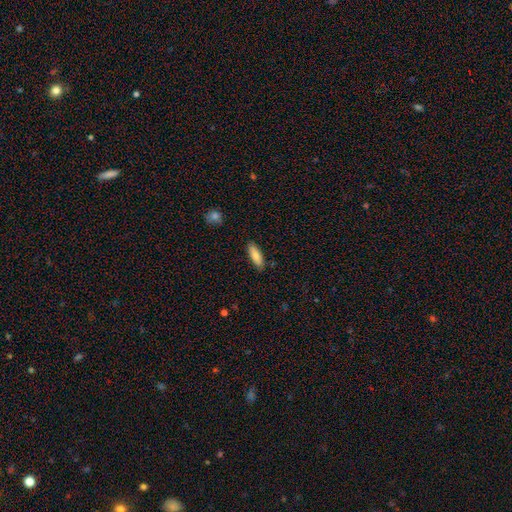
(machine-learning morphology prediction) Smooth or featured?
  - smooth: 79% *
  - featured or disk: 15%
  - star or artifact: 6%
How rounded?
  - in between: 59% *
  - cigar-shaped: 39%
  - round: 2%
Merging?
  - none: 87% *
  - minor disturbance: 9%
  - major disturbance: 2%
  - merger: 1%